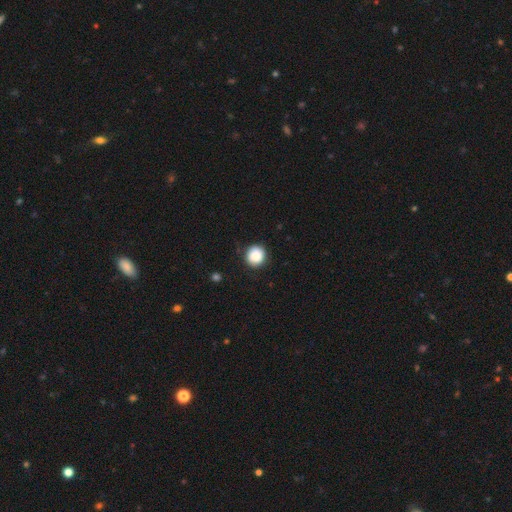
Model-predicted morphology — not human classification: Smooth or featured? Predicted: smooth (p=0.86). How rounded? Predicted: round (p=0.90). Merging? Predicted: none (p=0.85).